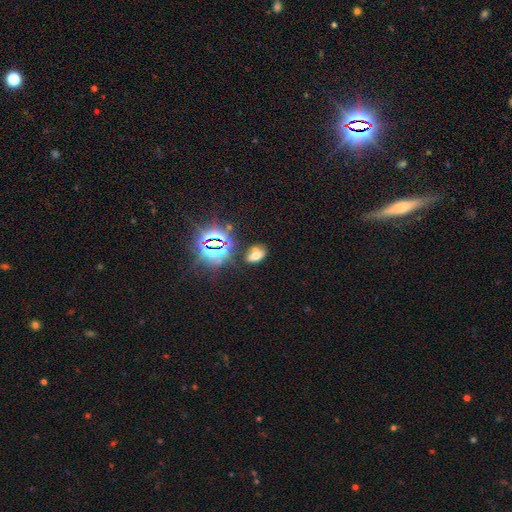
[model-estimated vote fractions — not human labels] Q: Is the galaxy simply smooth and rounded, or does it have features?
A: smooth — 48%.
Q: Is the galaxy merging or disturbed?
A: none — 53%.